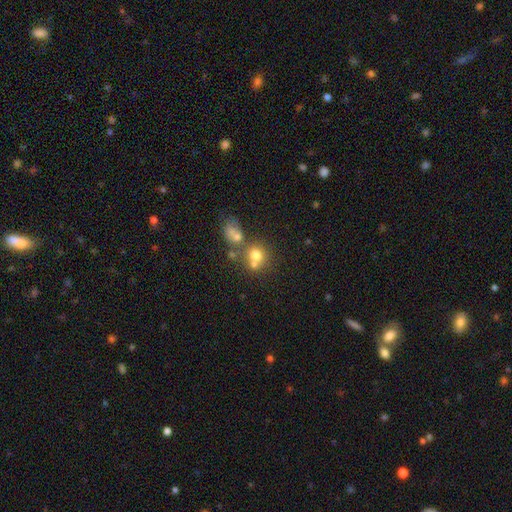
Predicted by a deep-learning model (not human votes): A smooth galaxy with no disk features (68%) that is round (77%).

Vote fractions:
- Smooth or featured? smooth: 68% / featured or disk: 17% / star or artifact: 15%
- How rounded? round: 77% / in between: 22% / cigar-shaped: 1%
- Merging? merger: 45% / none: 40% / minor disturbance: 9% / major disturbance: 6%